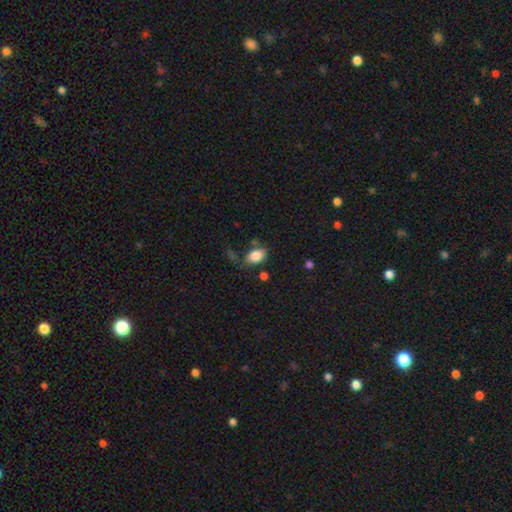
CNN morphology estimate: Smooth or featured? smooth (85%)
How rounded? in between (85%)
Merging? none (66%)